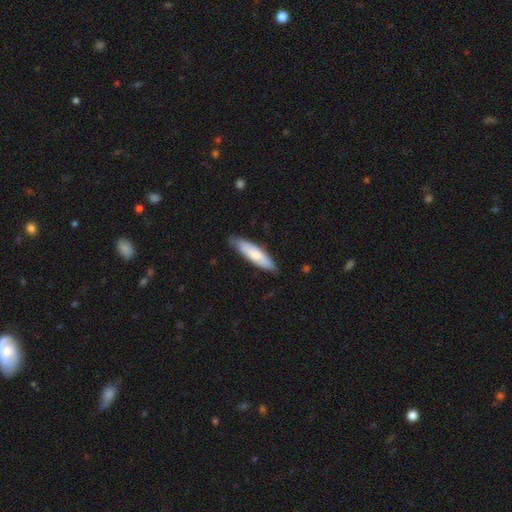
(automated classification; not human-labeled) smooth 70%, featured or disk 25%, star or artifact 5%. Down the decision tree: how rounded — cigar-shaped (71%); merging — none (83%).